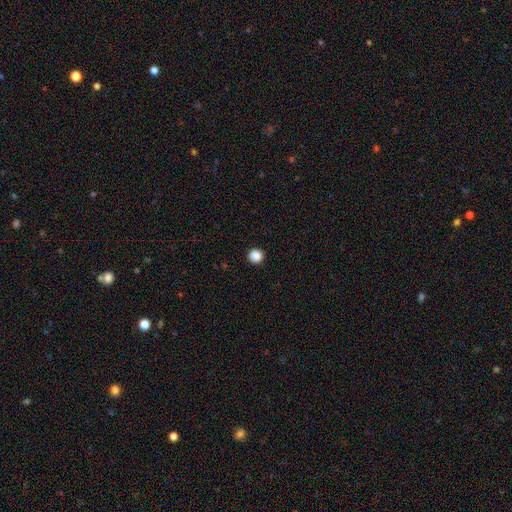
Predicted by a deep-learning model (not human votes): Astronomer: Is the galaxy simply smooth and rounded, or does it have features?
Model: smooth — 87%.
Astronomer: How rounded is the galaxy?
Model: round — 96%.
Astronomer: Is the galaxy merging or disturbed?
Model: none — 94%.